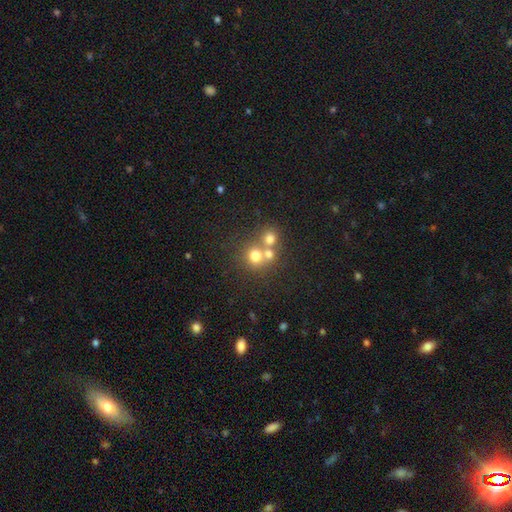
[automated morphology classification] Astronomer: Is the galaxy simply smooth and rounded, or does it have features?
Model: smooth — 69%.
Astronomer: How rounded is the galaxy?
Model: round — 85%.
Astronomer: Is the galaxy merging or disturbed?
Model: merger — 48% (runner-up: none, 42%).